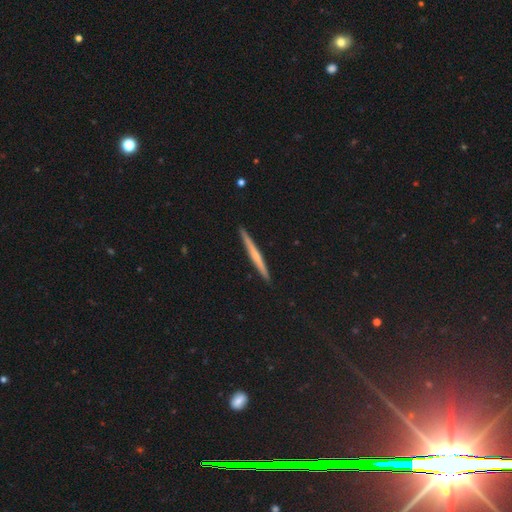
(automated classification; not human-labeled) Smooth or featured?
  - featured or disk: 52% *
  - smooth: 41%
  - star or artifact: 6%
Edge-on disk?
  - yes: 98% *
  - no: 2%
Edge-on bulge?
  - none: 66% *
  - rounded: 28%
  - boxy: 6%
Merging?
  - none: 93% *
  - minor disturbance: 5%
  - major disturbance: 1%
  - merger: 1%